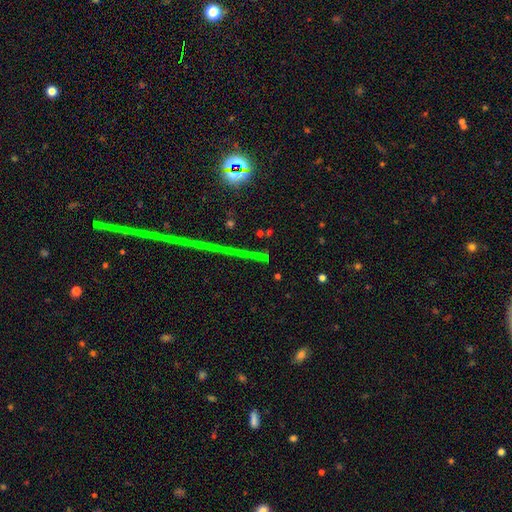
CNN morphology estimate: Smooth or featured? Predicted: star or artifact (p=0.75).